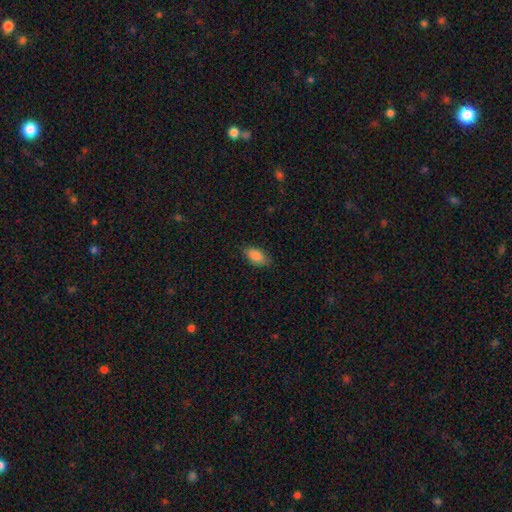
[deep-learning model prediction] A smooth galaxy with no disk features (87%) that is in between round and cigar-shaped (92%).

Vote fractions:
- Smooth or featured? smooth: 87% / star or artifact: 7% / featured or disk: 6%
- How rounded? in between: 92% / cigar-shaped: 4% / round: 4%
- Merging? none: 82% / minor disturbance: 14% / major disturbance: 3% / merger: 1%